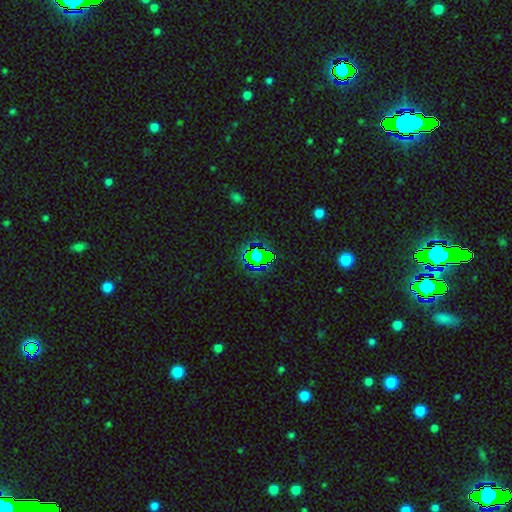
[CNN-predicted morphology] The model was most divided on "smooth or featured": star or artifact: 69%, smooth: 21%, featured or disk: 11%.